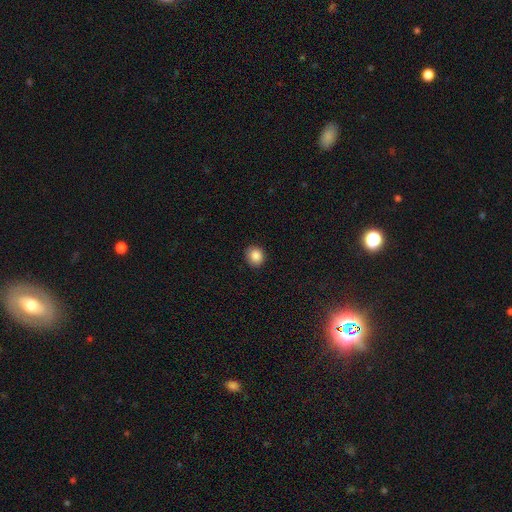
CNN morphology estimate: smooth-or-featured: smooth: 88% | star or artifact: 9% | featured or disk: 3%
  how-rounded: round: 77% | in between: 22% | cigar-shaped: 1%
  merging: none: 86% | minor disturbance: 11% | major disturbance: 2% | merger: 1%